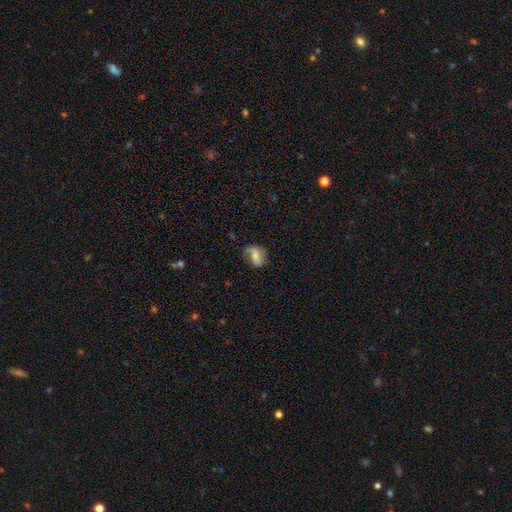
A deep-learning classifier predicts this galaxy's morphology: Smooth or featured: featured or disk — 46% (tied with smooth — 46%)
Merging: none — 55% (minor disturbance — 29%)